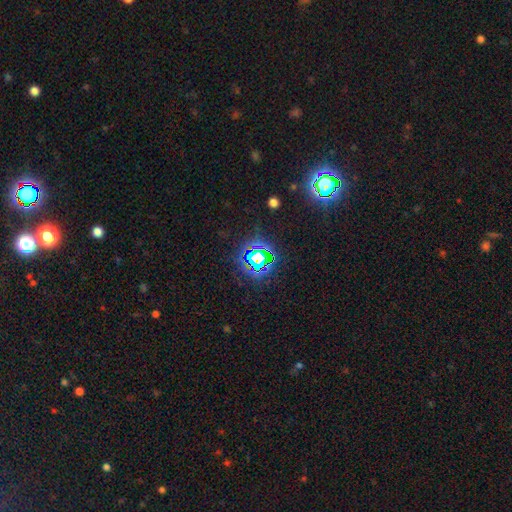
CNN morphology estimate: This is likely a star or artifact rather than a galaxy (73%).